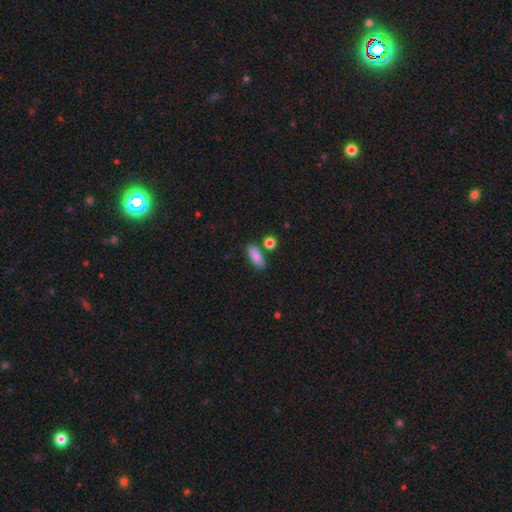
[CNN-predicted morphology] A smooth galaxy with no disk features (84%) that is in between round and cigar-shaped (75%).

Vote fractions:
- Smooth or featured? smooth: 84% / featured or disk: 9% / star or artifact: 7%
- How rounded? in between: 75% / cigar-shaped: 20% / round: 4%
- Merging? none: 76% / minor disturbance: 12% / merger: 8% / major disturbance: 3%